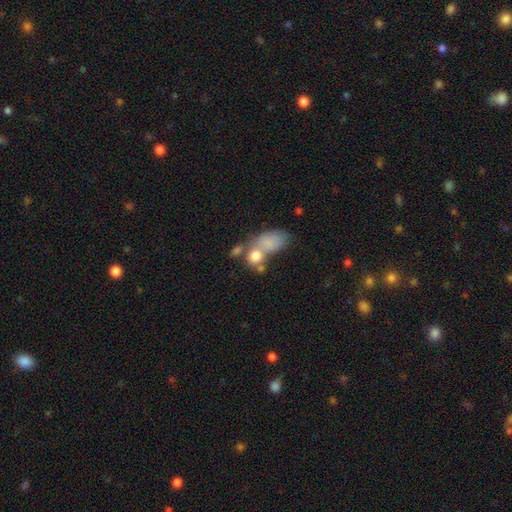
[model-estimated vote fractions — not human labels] smooth_or_featured: smooth (p=0.78) [alt: featured or disk p=0.13]
how_rounded: in between (p=0.60) [alt: round p=0.37]
merging: merger (p=0.46) [alt: none p=0.32]